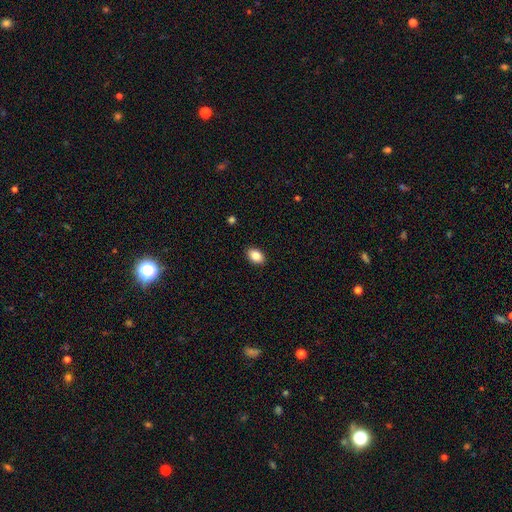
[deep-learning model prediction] A smooth galaxy with no disk features (86%) that is in between round and cigar-shaped (88%). Merging: none (90%).